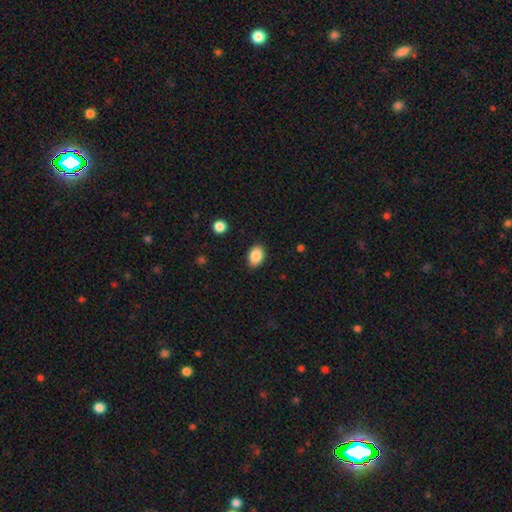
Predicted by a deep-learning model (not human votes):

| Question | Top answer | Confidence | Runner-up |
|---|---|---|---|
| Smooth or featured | smooth | 87% | star or artifact (8%) |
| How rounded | in between | 79% | round (20%) |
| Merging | none | 88% | minor disturbance (9%) |